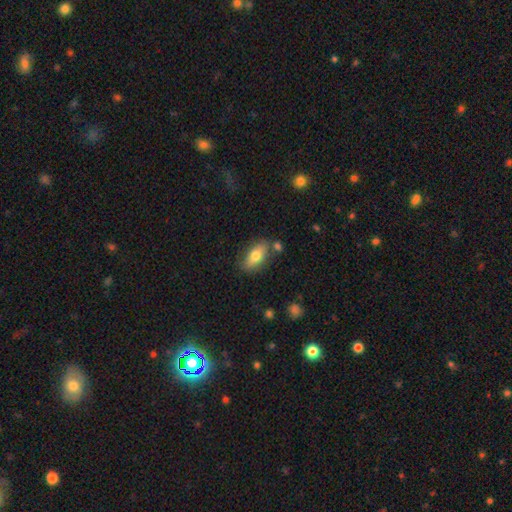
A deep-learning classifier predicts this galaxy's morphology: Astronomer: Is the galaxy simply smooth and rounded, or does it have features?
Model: smooth — 74%.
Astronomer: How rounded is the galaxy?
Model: in between — 87%.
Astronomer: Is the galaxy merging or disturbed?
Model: none — 74%.